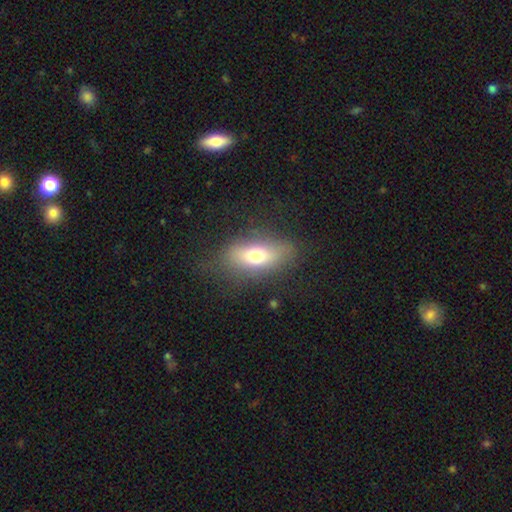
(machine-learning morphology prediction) A smooth galaxy with no disk features (67%) that is in between round and cigar-shaped (78%). Merging: none (72%).